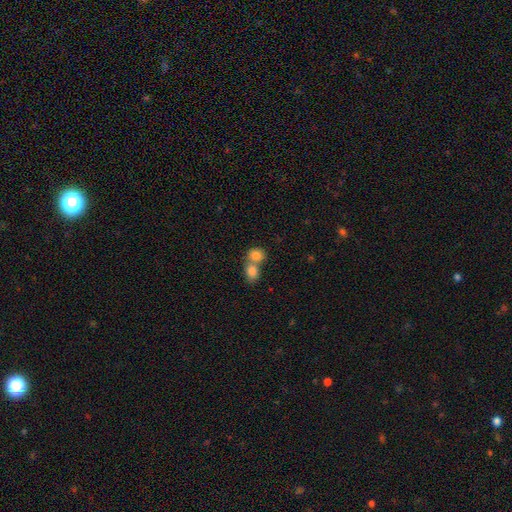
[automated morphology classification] Q: Smooth or featured?
A: smooth (83%); runner-up: star or artifact (9%)
Q: How rounded?
A: round (58%); runner-up: in between (40%)
Q: Merging?
A: merger (64%); runner-up: none (29%)